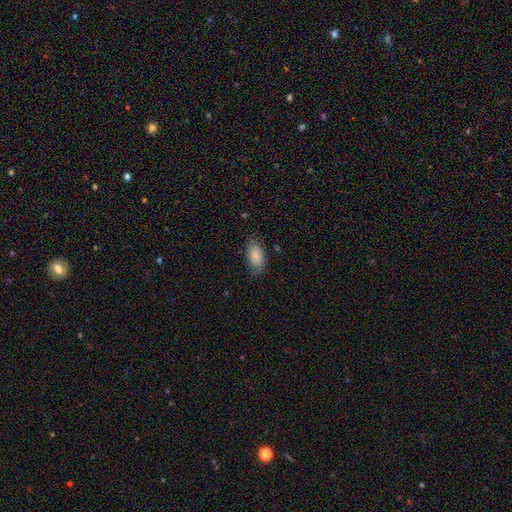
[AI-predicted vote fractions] Q: Smooth or featured?
A: smooth (85%); runner-up: featured or disk (8%)
Q: How rounded?
A: in between (93%); runner-up: round (4%)
Q: Merging?
A: none (78%); runner-up: minor disturbance (17%)